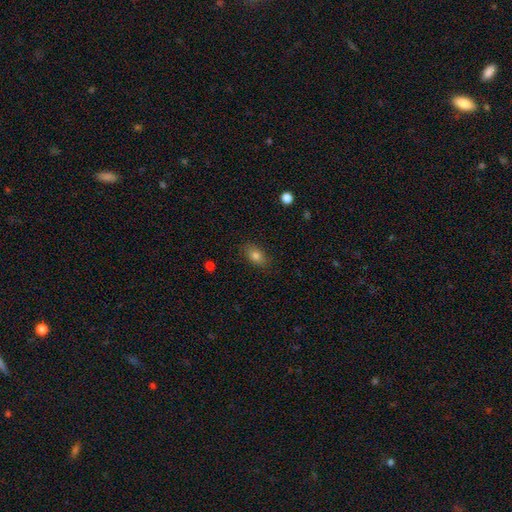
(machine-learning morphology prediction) The model was most divided on "smooth or featured": smooth: 81%, star or artifact: 10%, featured or disk: 9%. More confident: merging — none (85%); how rounded — in between (84%).